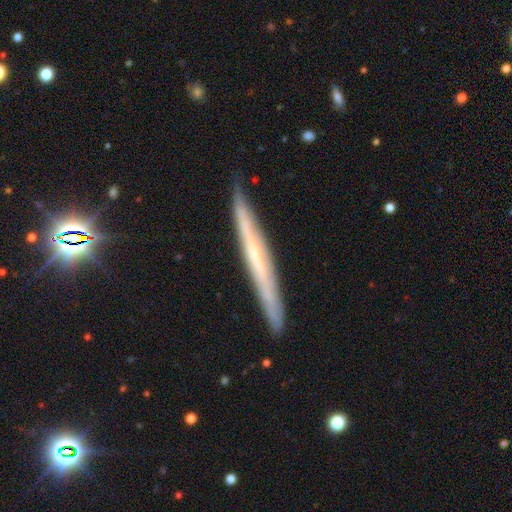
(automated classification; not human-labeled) Smooth or featured? featured or disk (62%)
Edge-on disk? yes (93%)
Edge-on bulge? none (73%)
Merging? none (88%)